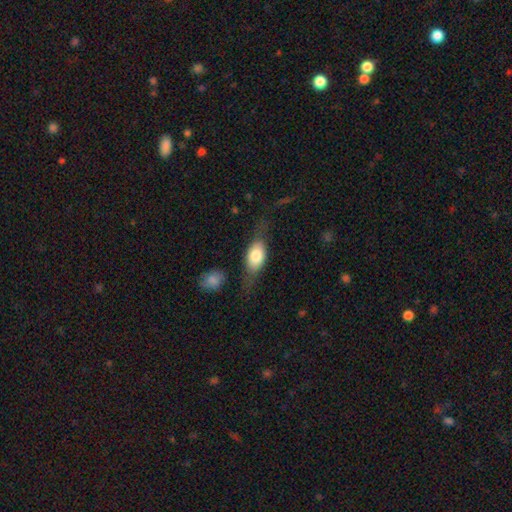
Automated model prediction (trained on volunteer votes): Smooth or featured?
  - smooth: 63% *
  - featured or disk: 31%
  - star or artifact: 6%
How rounded?
  - in between: 77% *
  - cigar-shaped: 12%
  - round: 11%
Merging?
  - none: 58% *
  - minor disturbance: 22%
  - major disturbance: 14%
  - merger: 6%